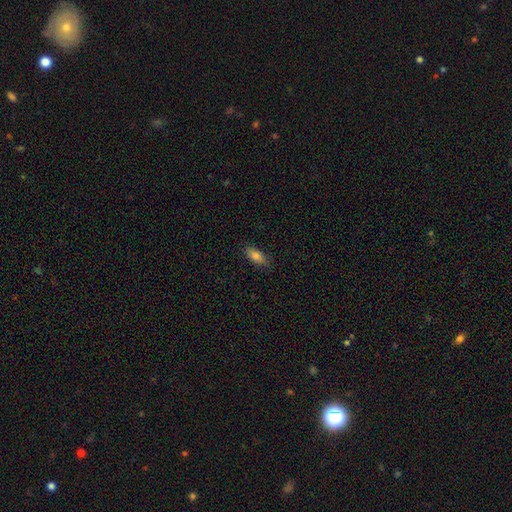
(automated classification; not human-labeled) Smooth or featured?
  - smooth: 81% *
  - featured or disk: 11%
  - star or artifact: 8%
How rounded?
  - in between: 79% *
  - cigar-shaped: 18%
  - round: 3%
Merging?
  - none: 84% *
  - minor disturbance: 13%
  - major disturbance: 2%
  - merger: 1%